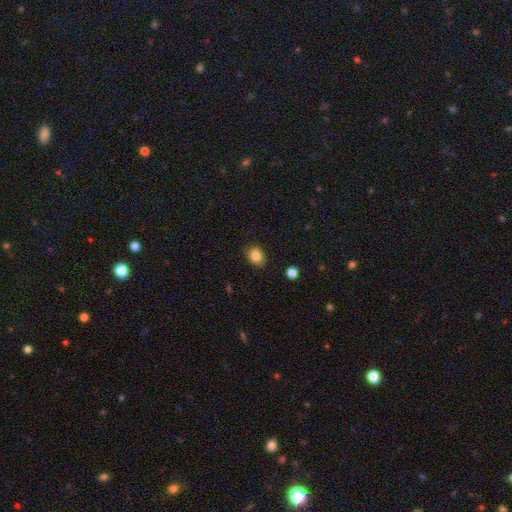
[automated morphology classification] A smooth galaxy with no disk features (85%) that is in between round and cigar-shaped (52%). Merging: none (83%).